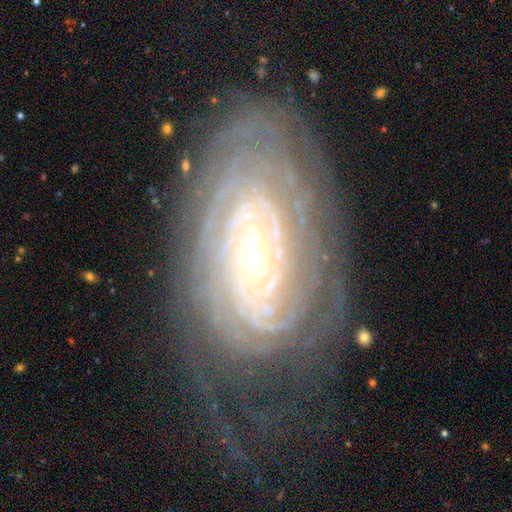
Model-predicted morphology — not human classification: type=featured or disk (90%); edge-on=no (95%); bar=weak (38%); spiral arms=yes (98%); winding=tight (86%); arm count=can't tell (30%); bulge=small (58%); merging=none (69%).